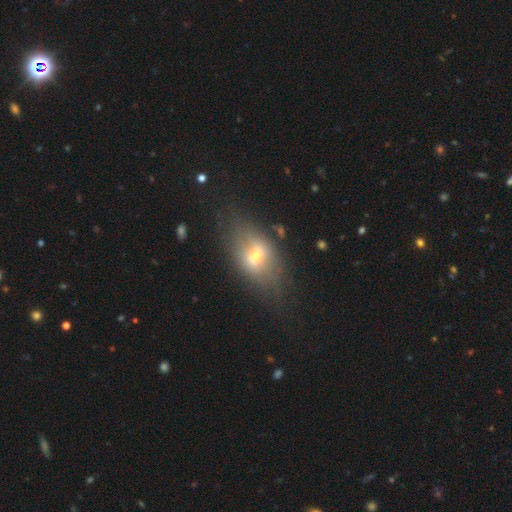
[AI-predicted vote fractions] Smooth or featured?
  - smooth: 46% *
  - featured or disk: 42%
  - star or artifact: 12%
Merging?
  - none: 62% *
  - minor disturbance: 21%
  - major disturbance: 13%
  - merger: 3%